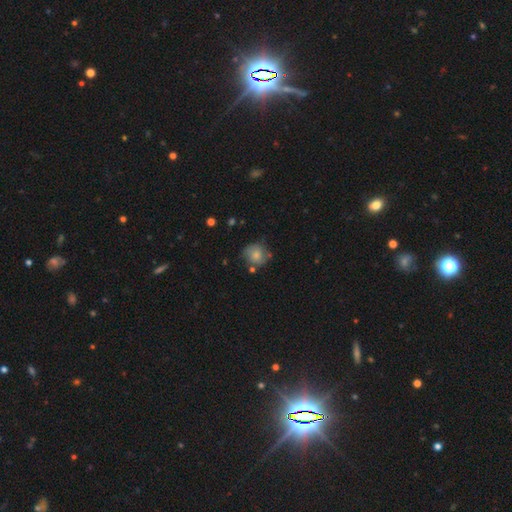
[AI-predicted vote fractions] smooth_or_featured: smooth (p=0.64) [alt: featured or disk p=0.23]
how_rounded: round (p=0.82) [alt: in between p=0.17]
merging: none (p=0.68) [alt: minor disturbance p=0.20]